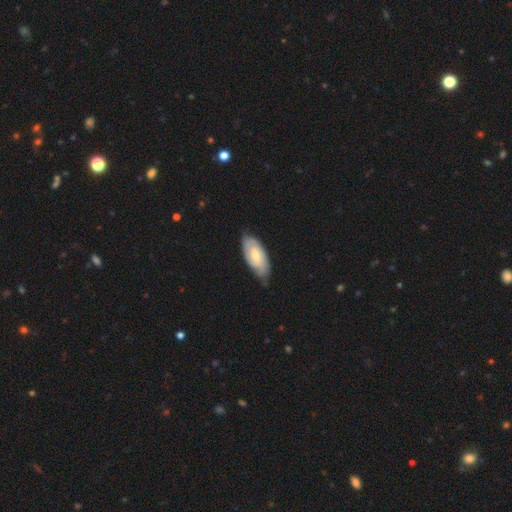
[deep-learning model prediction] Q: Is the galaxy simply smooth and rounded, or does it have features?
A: featured or disk — 63%.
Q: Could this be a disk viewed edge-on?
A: no — 93%.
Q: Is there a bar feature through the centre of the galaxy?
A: no — 56%.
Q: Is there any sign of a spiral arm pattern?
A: yes — 90%.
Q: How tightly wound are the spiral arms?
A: tight — 62%.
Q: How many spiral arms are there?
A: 2 — 56%.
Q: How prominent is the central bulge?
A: small — 47%.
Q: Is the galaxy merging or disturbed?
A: none — 73%.